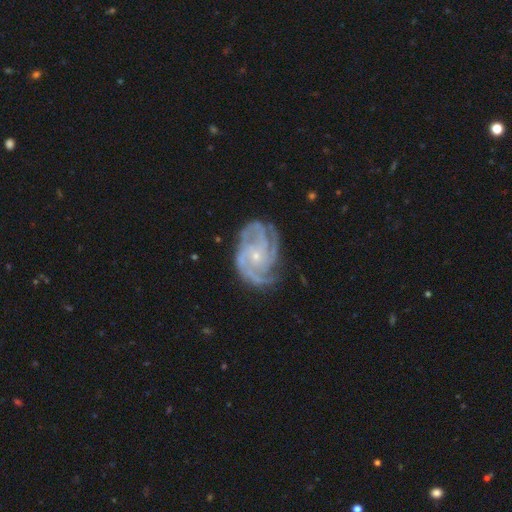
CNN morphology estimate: Smooth or featured?
  - featured or disk: 90% *
  - star or artifact: 6%
  - smooth: 5%
Edge-on disk?
  - no: 98% *
  - yes: 2%
Bar?
  - no: 75% *
  - weak: 20%
  - strong: 5%
Spiral arms?
  - yes: 98% *
  - no: 2%
Spiral winding?
  - tight: 60% *
  - medium: 34%
  - loose: 5%
Spiral arm count?
  - 3: 34% *
  - 4: 28%
  - can't tell: 13%
  - 2: 11%
  - more than 4: 7%
  - 1: 6%
Bulge size?
  - small: 78% *
  - moderate: 18%
  - none: 2%
  - large: 1%
  - dominant: 1%
Merging?
  - none: 72% *
  - minor disturbance: 19%
  - major disturbance: 7%
  - merger: 1%